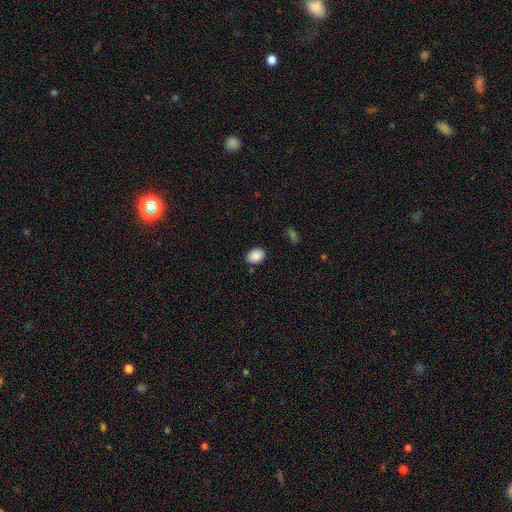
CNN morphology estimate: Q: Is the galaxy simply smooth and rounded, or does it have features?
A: smooth — 89%.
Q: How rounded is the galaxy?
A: in between — 75%.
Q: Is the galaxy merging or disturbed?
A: none — 84%.